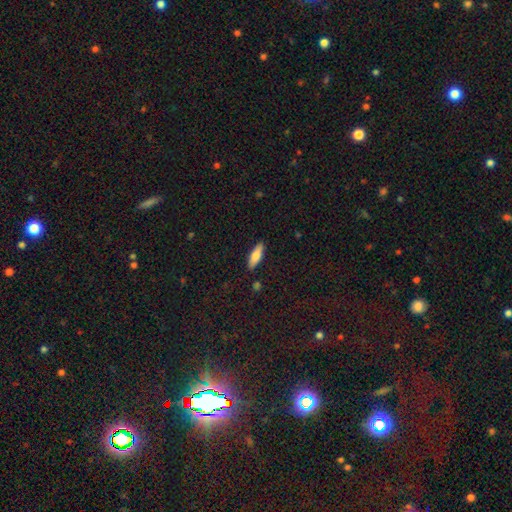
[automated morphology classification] A smooth galaxy with no disk features (74%) that is in between round and cigar-shaped (52%). Merging: none (87%).